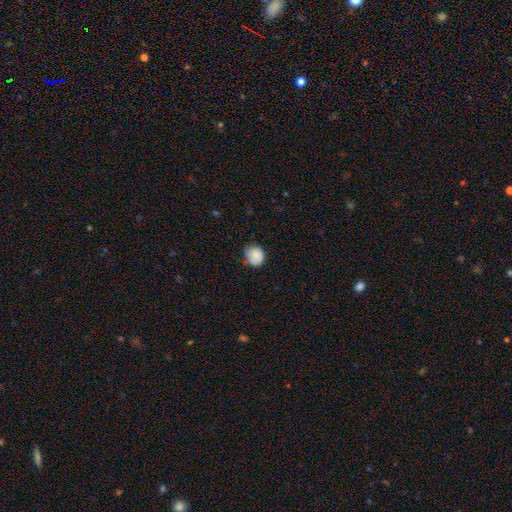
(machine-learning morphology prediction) This appears to be a smooth galaxy with no disk features (84%) that is round (74%). Merging: none (62%).